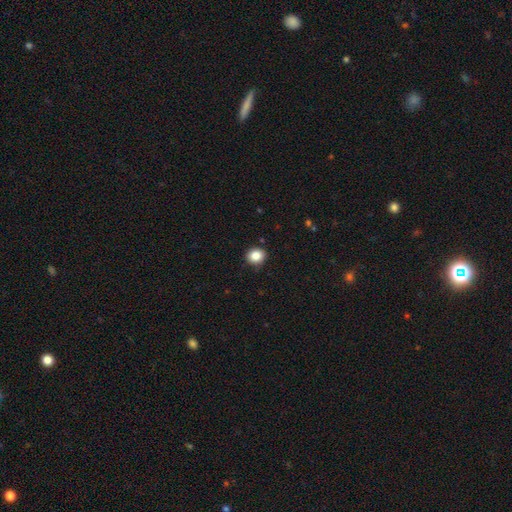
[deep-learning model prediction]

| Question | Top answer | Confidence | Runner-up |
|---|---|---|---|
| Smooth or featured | smooth | 86% | star or artifact (10%) |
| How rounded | round | 76% | in between (23%) |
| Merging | none | 88% | minor disturbance (9%) |